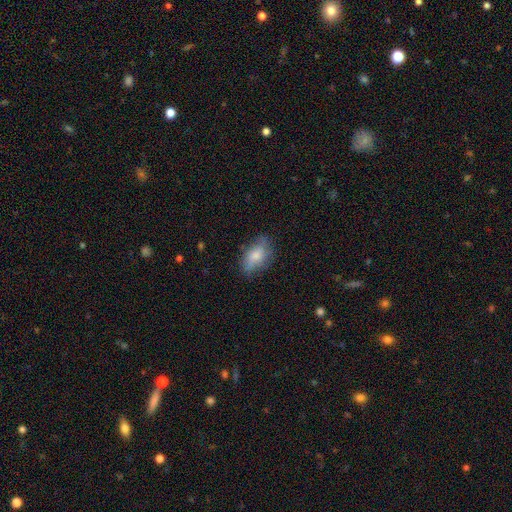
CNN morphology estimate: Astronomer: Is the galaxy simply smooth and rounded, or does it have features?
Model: smooth — 72%.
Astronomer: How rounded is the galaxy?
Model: in between — 89%.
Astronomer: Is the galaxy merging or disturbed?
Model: none — 66%.